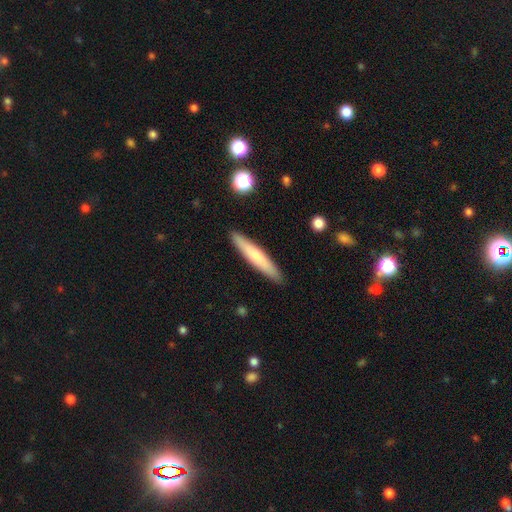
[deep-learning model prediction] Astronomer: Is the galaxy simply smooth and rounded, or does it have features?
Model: smooth — 68%.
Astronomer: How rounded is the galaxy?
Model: cigar-shaped — 93%.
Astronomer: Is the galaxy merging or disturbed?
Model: none — 90%.